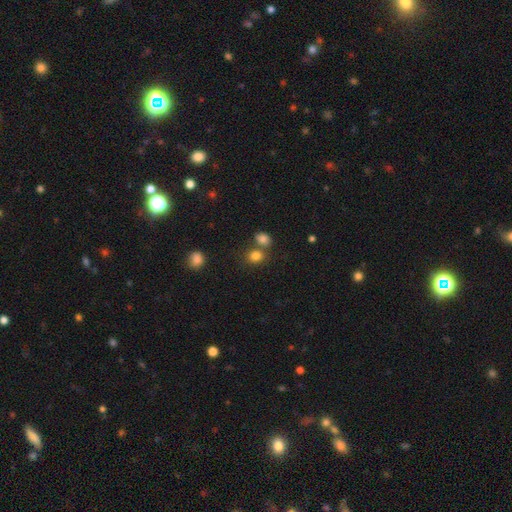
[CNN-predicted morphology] type=smooth (82%); roundness=round (65%); merging=none (60%).